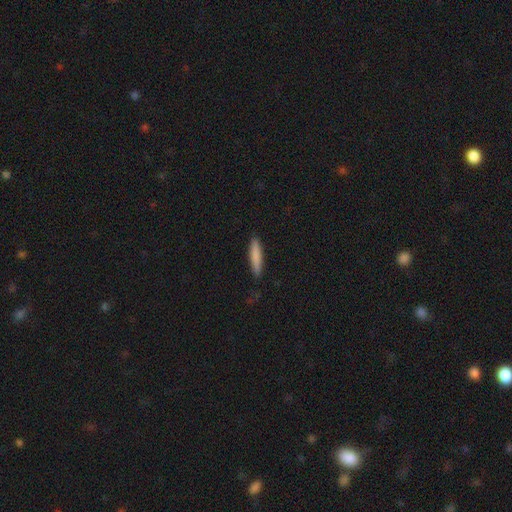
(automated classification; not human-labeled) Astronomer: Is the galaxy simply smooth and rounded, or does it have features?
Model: smooth — 81%.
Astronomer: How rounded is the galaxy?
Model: cigar-shaped — 89%.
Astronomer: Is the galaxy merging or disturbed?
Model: none — 88%.